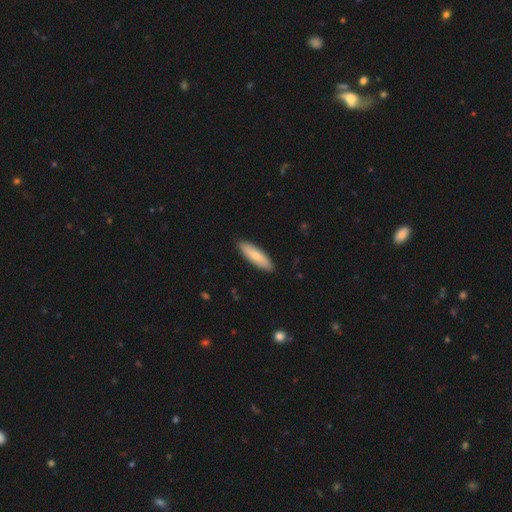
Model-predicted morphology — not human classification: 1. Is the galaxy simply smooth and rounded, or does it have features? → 72% smooth, 23% featured or disk, 5% star or artifact.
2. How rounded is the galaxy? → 55% cigar-shaped, 44% in between, 2% round.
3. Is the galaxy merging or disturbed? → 90% none, 8% minor disturbance, 1% major disturbance, 1% merger.